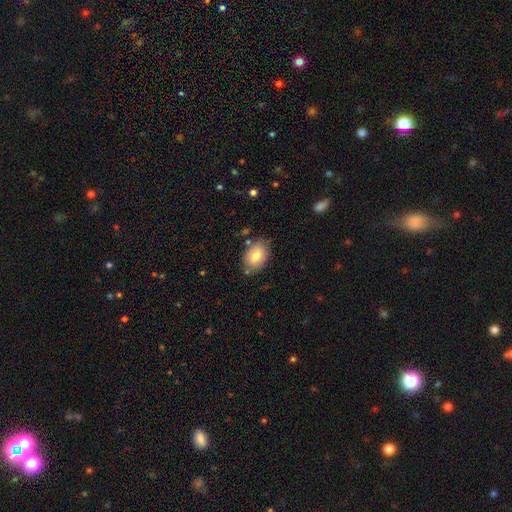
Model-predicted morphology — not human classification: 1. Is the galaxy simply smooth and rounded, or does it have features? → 79% smooth, 14% featured or disk, 7% star or artifact.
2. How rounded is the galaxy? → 82% in between, 17% round, 1% cigar-shaped.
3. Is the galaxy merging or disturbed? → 78% none, 15% minor disturbance, 3% merger, 3% major disturbance.